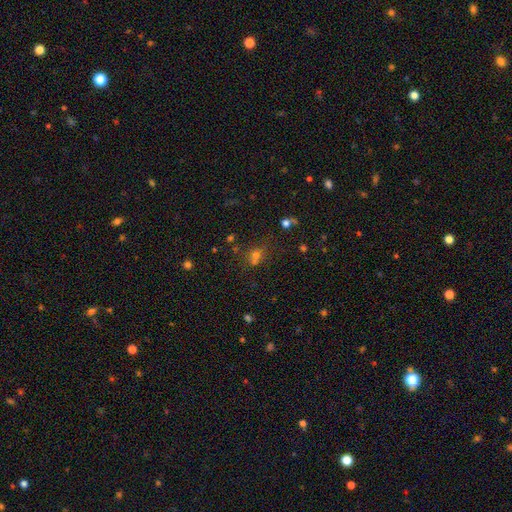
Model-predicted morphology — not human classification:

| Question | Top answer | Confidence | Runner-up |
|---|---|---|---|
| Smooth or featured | smooth | 49% | star or artifact (39%) |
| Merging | none | 52% | merger (31%) |